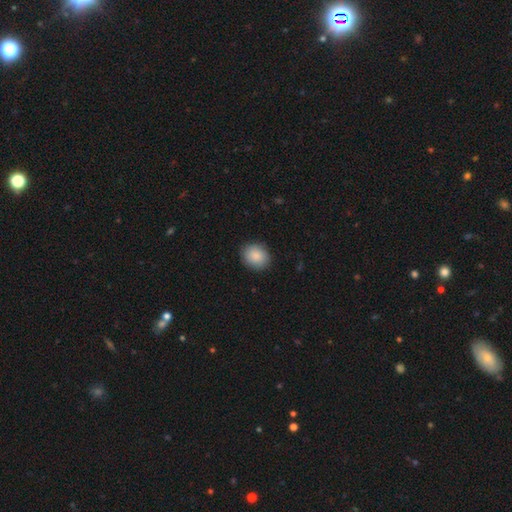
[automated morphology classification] smooth 89%, star or artifact 7%, featured or disk 4%. Down the decision tree: how rounded — round (55%); merging — none (88%).